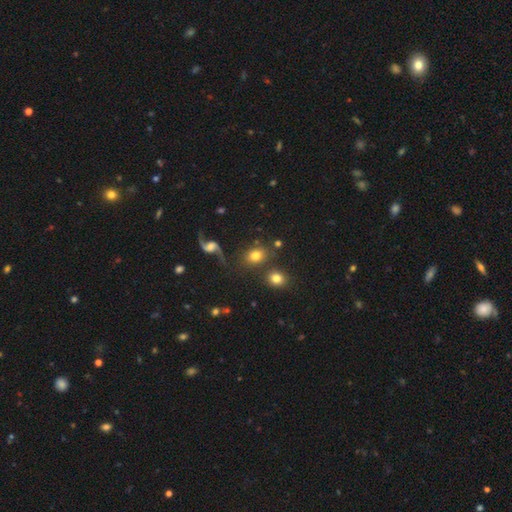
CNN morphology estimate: A smooth galaxy with no disk features (71%) that is in between round and cigar-shaped (50%). Merging: none (74%).